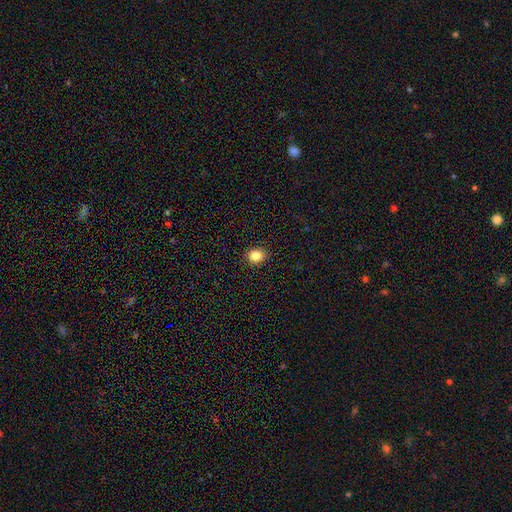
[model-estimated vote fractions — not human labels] Smooth or featured: smooth — 84% (star or artifact — 11%)
How rounded: round — 71% (in between — 28%)
Merging: none — 91% (minor disturbance — 6%)